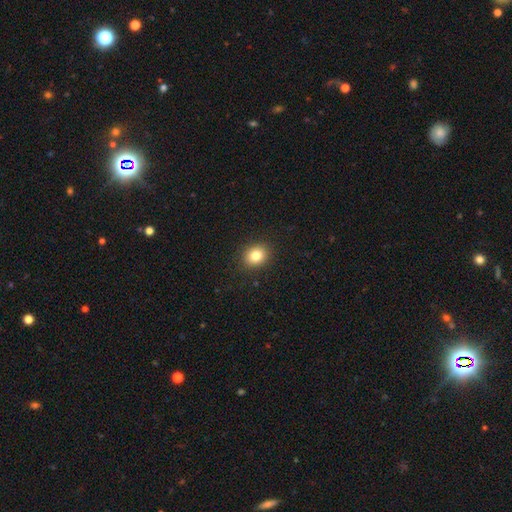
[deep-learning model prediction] A smooth galaxy with no disk features (83%) that is round (57%). Merging: none (90%).